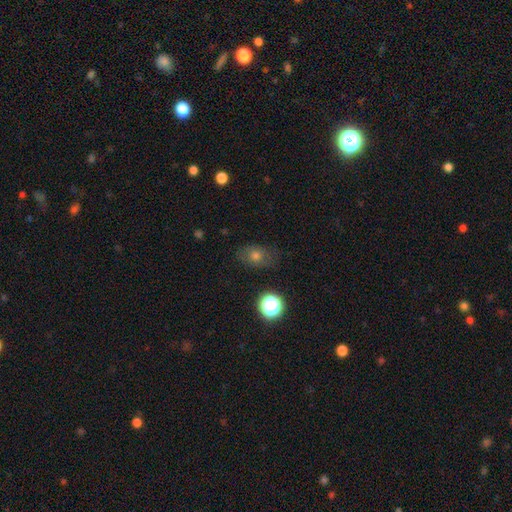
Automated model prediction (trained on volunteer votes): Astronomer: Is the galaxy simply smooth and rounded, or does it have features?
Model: smooth — 66%.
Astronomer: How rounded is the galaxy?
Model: in between — 64%.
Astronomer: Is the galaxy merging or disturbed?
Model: none — 79%.